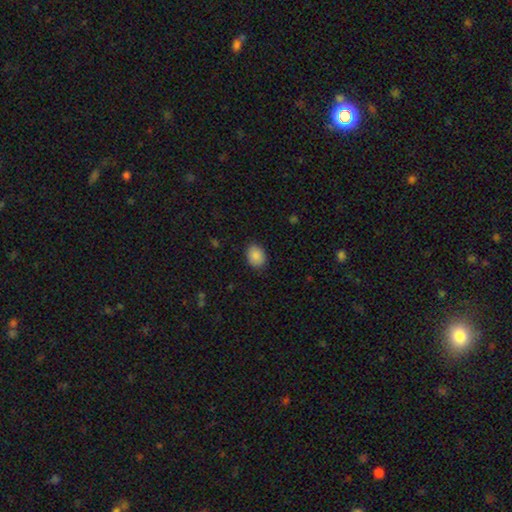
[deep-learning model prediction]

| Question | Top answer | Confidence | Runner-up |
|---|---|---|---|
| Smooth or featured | smooth | 88% | star or artifact (8%) |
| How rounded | in between | 64% | round (35%) |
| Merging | none | 87% | minor disturbance (9%) |